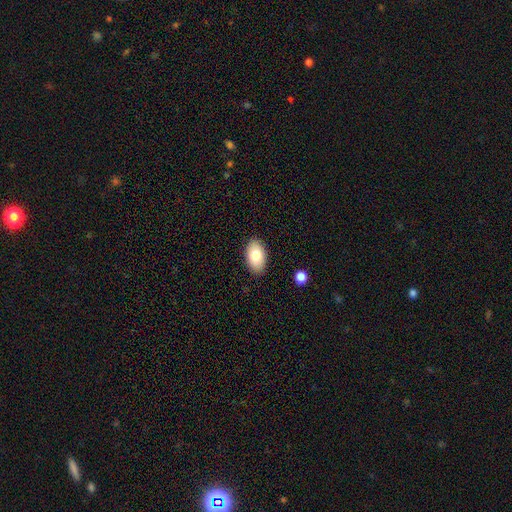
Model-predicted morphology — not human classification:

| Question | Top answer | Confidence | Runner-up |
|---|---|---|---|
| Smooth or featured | smooth | 80% | featured or disk (13%) |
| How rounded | in between | 93% | round (5%) |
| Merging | none | 88% | minor disturbance (9%) |